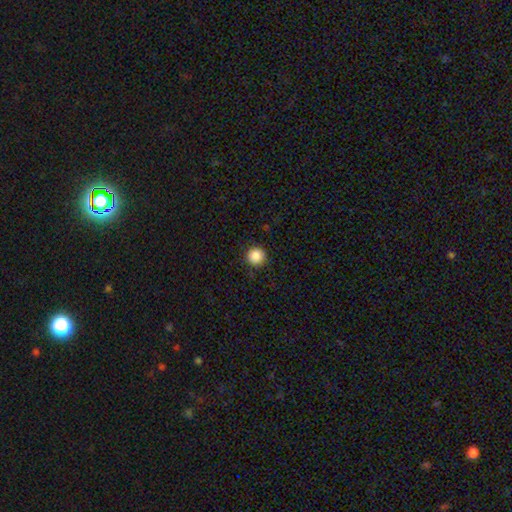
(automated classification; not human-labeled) smooth_or_featured: smooth (p=0.88) [alt: star or artifact p=0.10]
how_rounded: round (p=0.96) [alt: in between p=0.03]
merging: none (p=0.91) [alt: minor disturbance p=0.06]